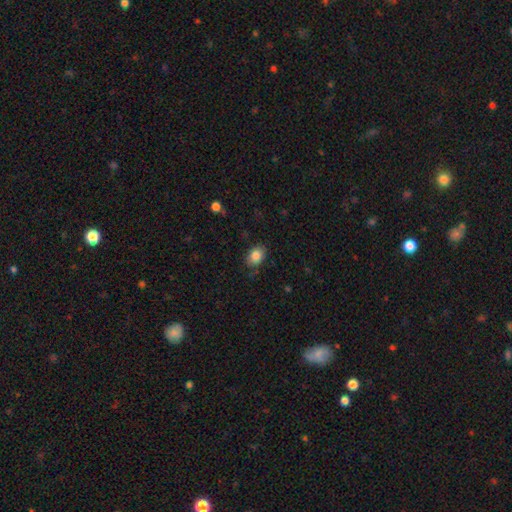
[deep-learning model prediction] Overall: smooth (85%). How rounded: in between (71%). Merging: none (80%).